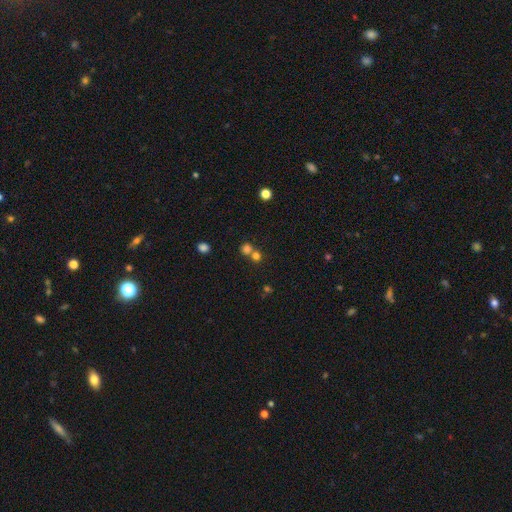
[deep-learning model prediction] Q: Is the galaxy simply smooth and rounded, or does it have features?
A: smooth — 73%.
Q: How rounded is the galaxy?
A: round — 89%.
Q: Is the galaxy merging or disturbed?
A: none — 52%.